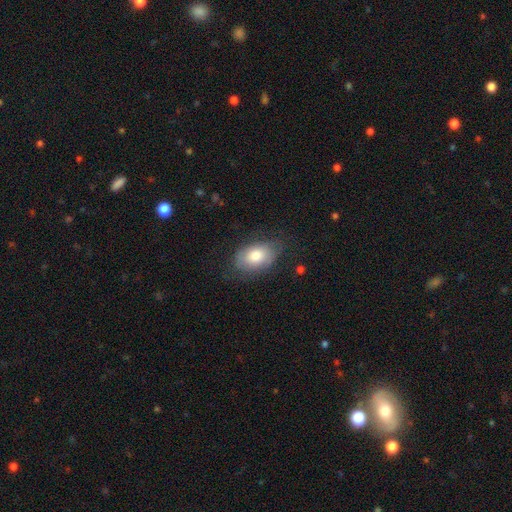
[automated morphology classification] smooth_or_featured: smooth (p=0.75) [alt: featured or disk p=0.18]
how_rounded: in between (p=0.89) [alt: round p=0.10]
merging: none (p=0.70) [alt: minor disturbance p=0.22]